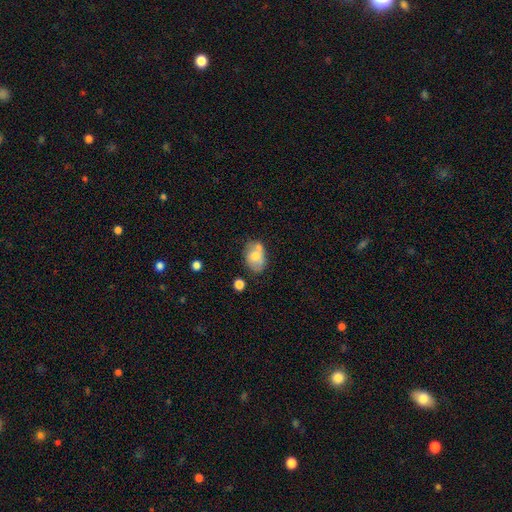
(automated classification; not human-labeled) The model was most divided on "merging": none: 46%, merger: 26%, minor disturbance: 21%, major disturbance: 7%. More confident: how rounded — in between (76%); smooth or featured — smooth (63%).